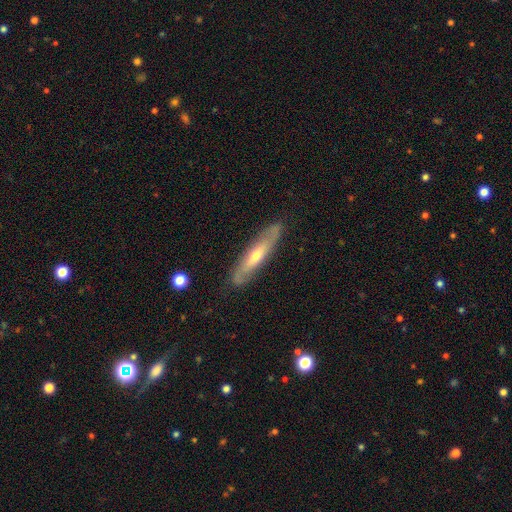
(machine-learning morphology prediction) A featured or disk galaxy (65%) viewed edge-on (54%).

Vote fractions:
- Smooth or featured? featured or disk: 65% / smooth: 29% / star or artifact: 6%
- Edge-on disk? yes: 54% / no: 46%
- Merging? none: 83% / minor disturbance: 13% / major disturbance: 3% / merger: 1%